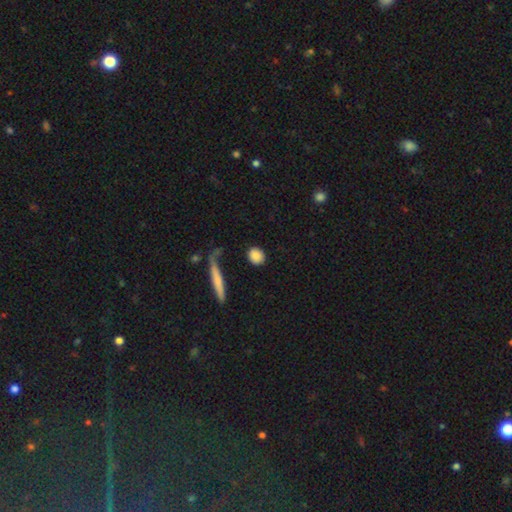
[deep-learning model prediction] Smooth or featured? Predicted: smooth (p=0.86). How rounded? Predicted: round (p=0.75). Merging? Predicted: none (p=0.82).